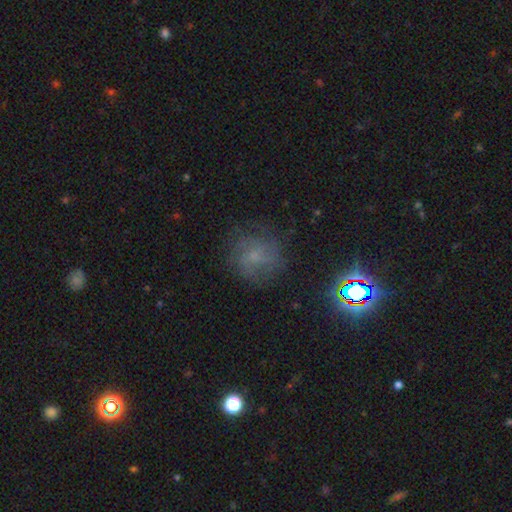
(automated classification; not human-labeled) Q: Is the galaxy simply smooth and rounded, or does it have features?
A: featured or disk — 39%.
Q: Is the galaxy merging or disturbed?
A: none — 71%.